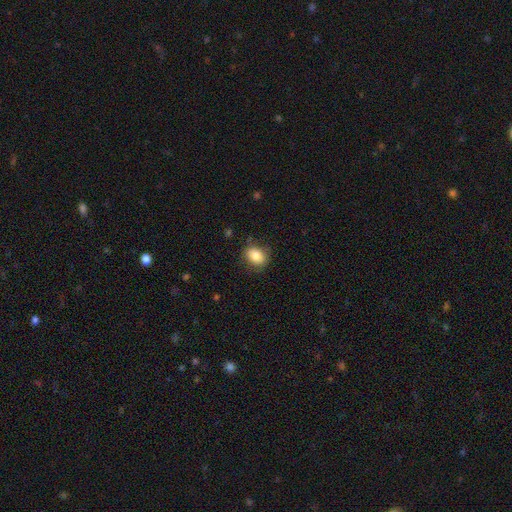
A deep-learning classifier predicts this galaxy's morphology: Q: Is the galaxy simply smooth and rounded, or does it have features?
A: smooth — 83%.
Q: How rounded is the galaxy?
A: in between — 60%.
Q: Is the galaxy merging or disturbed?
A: none — 77%.